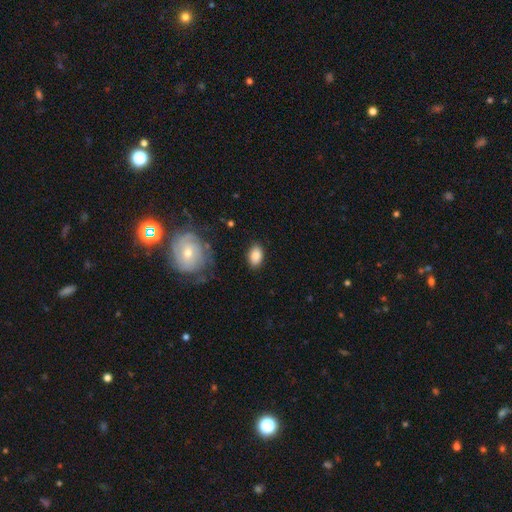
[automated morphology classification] Overall: smooth (85%). How rounded: in between (85%). Merging: none (83%).